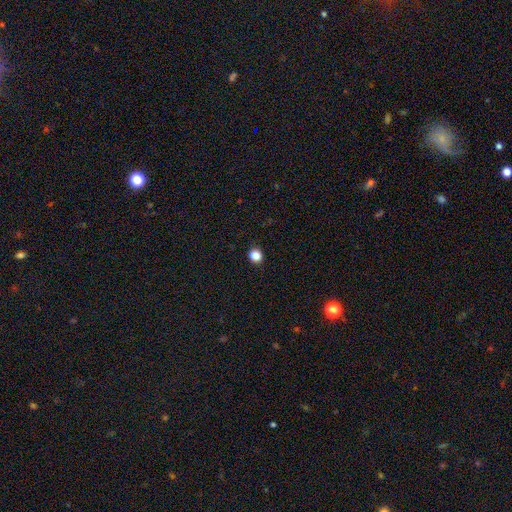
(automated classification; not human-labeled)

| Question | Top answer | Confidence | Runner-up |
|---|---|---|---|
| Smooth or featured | smooth | 86% | star or artifact (11%) |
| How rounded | round | 79% | in between (20%) |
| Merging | none | 91% | minor disturbance (6%) |